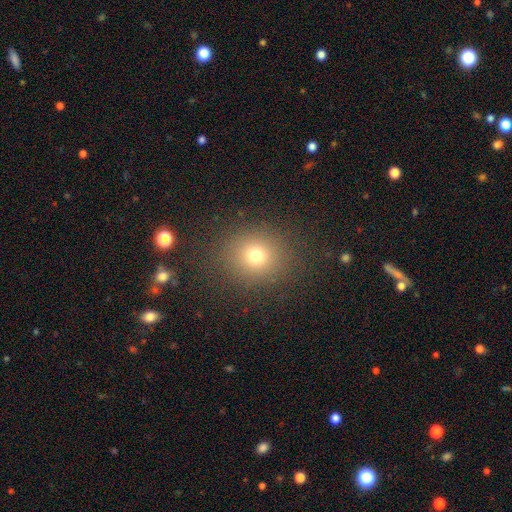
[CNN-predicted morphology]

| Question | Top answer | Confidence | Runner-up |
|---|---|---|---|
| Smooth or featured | smooth | 73% | star or artifact (18%) |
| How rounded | round | 80% | in between (19%) |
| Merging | none | 86% | minor disturbance (8%) |